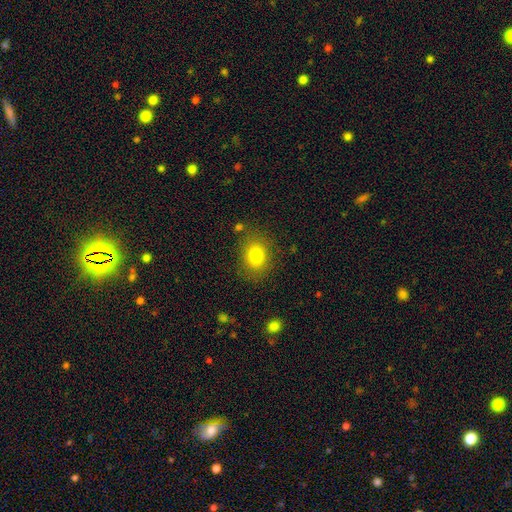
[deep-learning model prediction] Smooth or featured? Predicted: smooth (p=0.80). How rounded? Predicted: in between (p=0.52). Merging? Predicted: none (p=0.82).